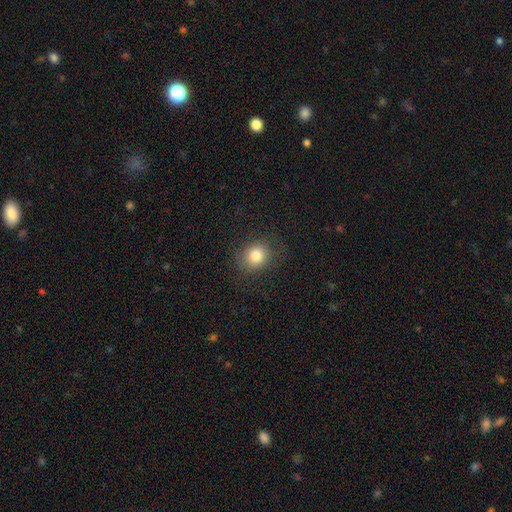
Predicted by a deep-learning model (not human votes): Overall: smooth (81%). How rounded: round (75%). Merging: none (83%).